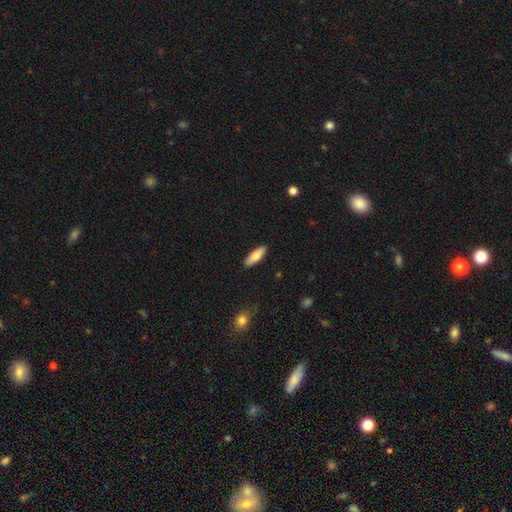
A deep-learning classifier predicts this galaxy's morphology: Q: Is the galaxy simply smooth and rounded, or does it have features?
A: smooth — 75%.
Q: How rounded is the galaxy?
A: in between — 62%.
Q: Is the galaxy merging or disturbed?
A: none — 89%.